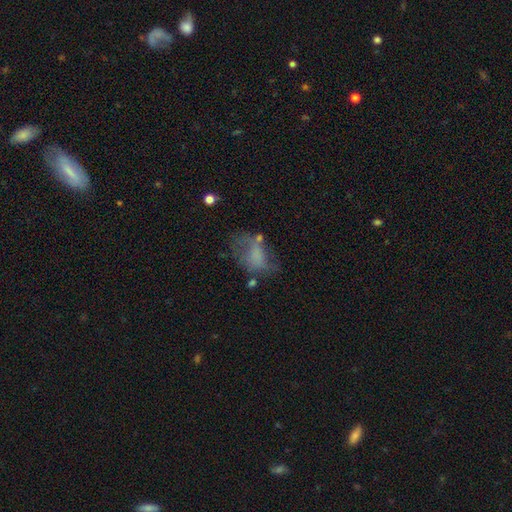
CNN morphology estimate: Smooth or featured? smooth (51%)
How rounded? in between (82%)
Merging? none (35%)